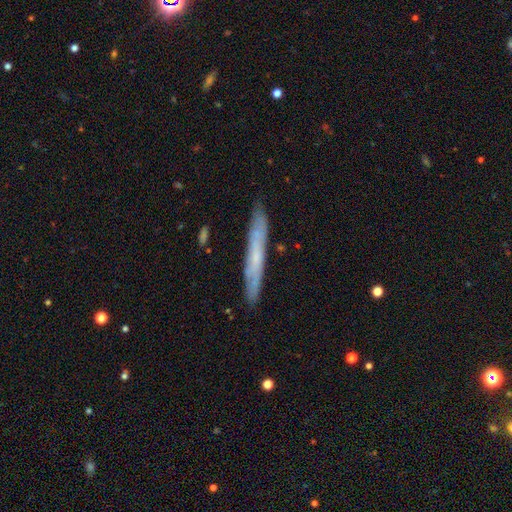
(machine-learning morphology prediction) This appears to be a featured or disk galaxy (53%) viewed edge-on (85%). Merging: none (87%).